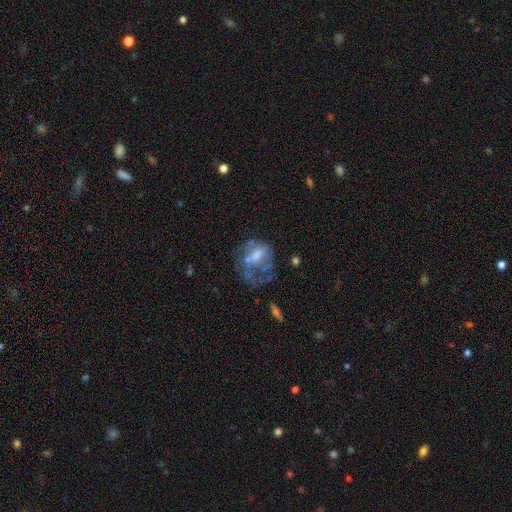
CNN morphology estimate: Smooth or featured?
  - featured or disk: 57% *
  - smooth: 31%
  - star or artifact: 12%
Edge-on disk?
  - no: 97% *
  - yes: 3%
Bar?
  - no: 64% *
  - weak: 28%
  - strong: 8%
Spiral arms?
  - no: 70% *
  - yes: 30%
Bulge size?
  - moderate: 38% *
  - small: 26%
  - none: 25%
  - large: 9%
  - dominant: 2%
Merging?
  - major disturbance: 42% *
  - none: 29%
  - minor disturbance: 18%
  - merger: 11%